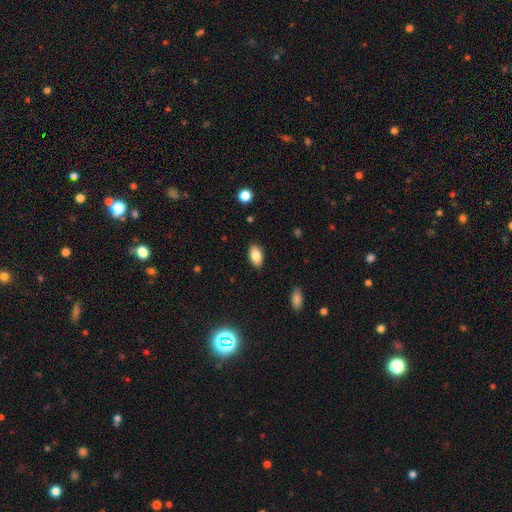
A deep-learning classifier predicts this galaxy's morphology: Q: Smooth or featured?
A: smooth (84%); runner-up: featured or disk (9%)
Q: How rounded?
A: in between (93%); runner-up: round (5%)
Q: Merging?
A: none (88%); runner-up: minor disturbance (9%)